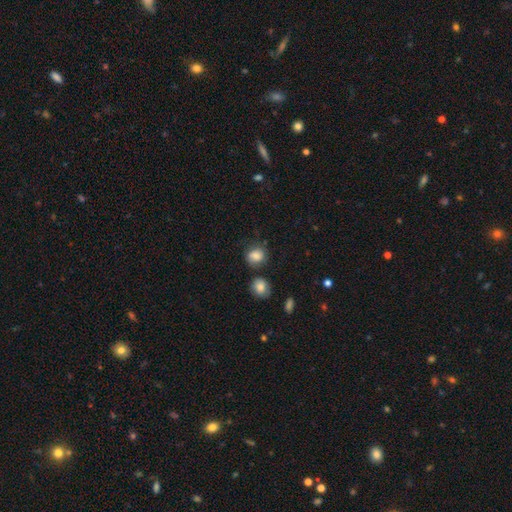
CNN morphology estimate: Smooth or featured: smooth — 81% (star or artifact — 10%)
How rounded: round — 63% (in between — 35%)
Merging: none — 63% (minor disturbance — 21%)